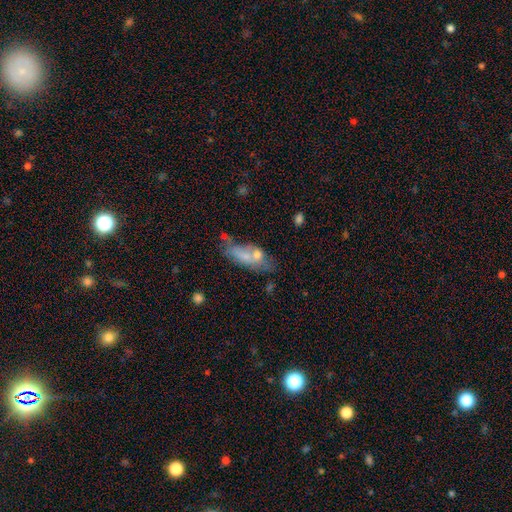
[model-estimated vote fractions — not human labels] The model was most divided on "smooth or featured": smooth: 40%, featured or disk: 37%, star or artifact: 23%. More confident: merging — none (51%).